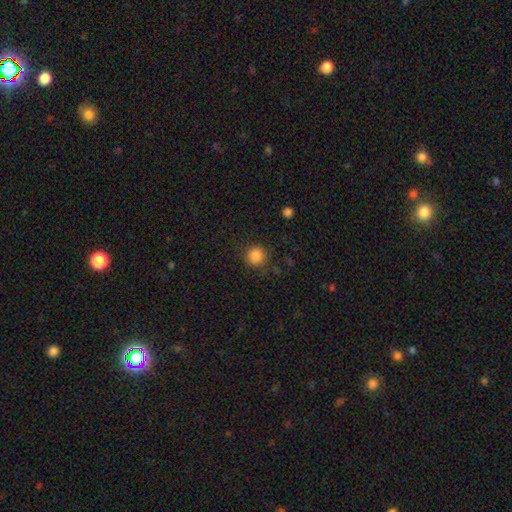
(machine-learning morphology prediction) smooth_or_featured: smooth (p=0.86) [alt: star or artifact p=0.11]
how_rounded: round (p=0.93) [alt: in between p=0.06]
merging: none (p=0.86) [alt: minor disturbance p=0.09]